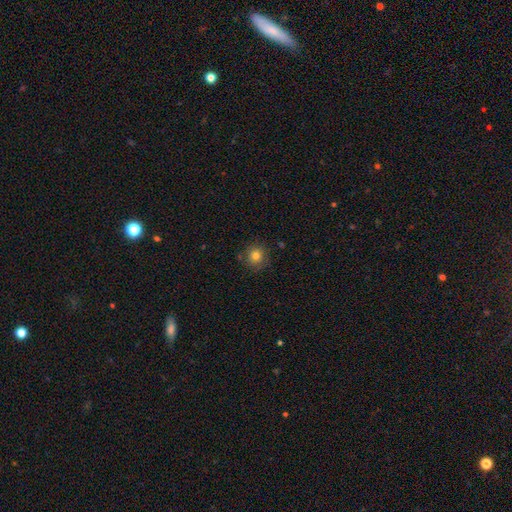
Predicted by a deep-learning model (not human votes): smooth 79%, star or artifact 13%, featured or disk 9%. Down the decision tree: how rounded — round (91%); merging — none (83%).